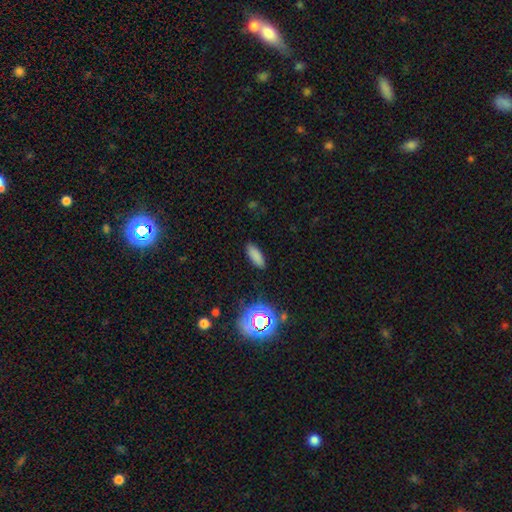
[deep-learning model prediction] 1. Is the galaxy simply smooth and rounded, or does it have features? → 81% smooth, 14% star or artifact, 5% featured or disk.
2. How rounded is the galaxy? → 70% in between, 28% cigar-shaped, 2% round.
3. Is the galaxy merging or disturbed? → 88% none, 9% minor disturbance, 2% major disturbance, 1% merger.